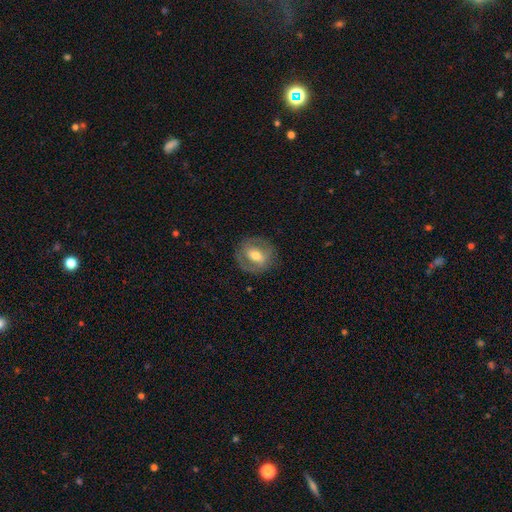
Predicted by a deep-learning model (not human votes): Q: Smooth or featured?
A: featured or disk (56%); runner-up: smooth (37%)
Q: Edge-on disk?
A: no (93%); runner-up: yes (7%)
Q: Bar?
A: weak (39%); runner-up: strong (34%)
Q: Spiral arms?
A: no (56%); runner-up: yes (44%)
Q: Bulge size?
A: moderate (68%); runner-up: small (21%)
Q: Merging?
A: none (80%); runner-up: minor disturbance (13%)